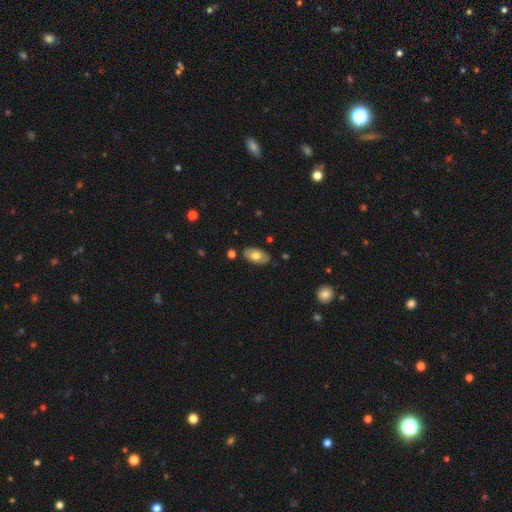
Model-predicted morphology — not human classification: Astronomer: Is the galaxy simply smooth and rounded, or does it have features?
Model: smooth — 66%.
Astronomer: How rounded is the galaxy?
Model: in between — 94%.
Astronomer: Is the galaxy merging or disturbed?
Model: none — 84%.